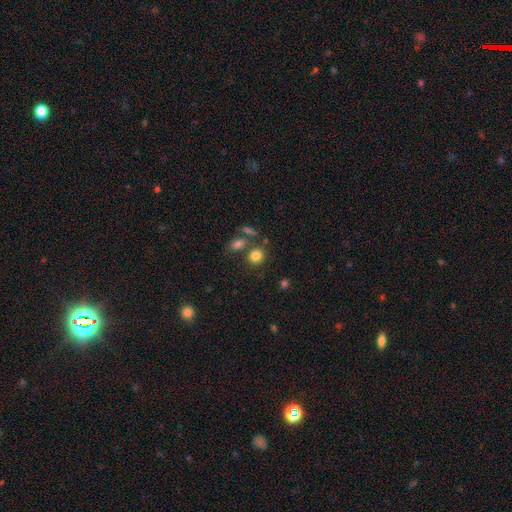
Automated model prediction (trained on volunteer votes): The model was most divided on "how rounded": round: 72%, in between: 27%, cigar-shaped: 1%. More confident: smooth or featured — smooth (82%); merging — none (69%).